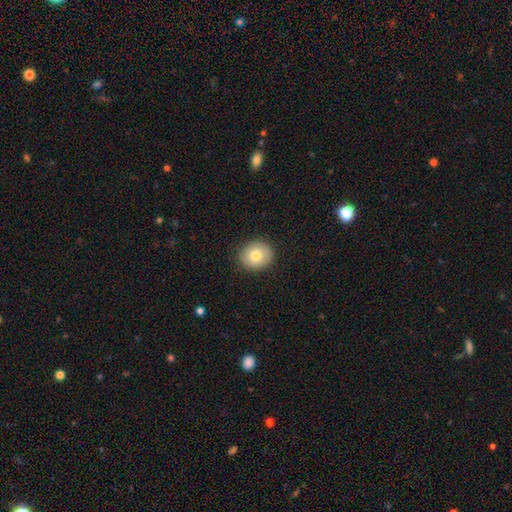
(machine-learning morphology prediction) Smooth or featured?
  - smooth: 75% *
  - featured or disk: 16%
  - star or artifact: 9%
How rounded?
  - round: 77% *
  - in between: 23%
  - cigar-shaped: 1%
Merging?
  - none: 88% *
  - minor disturbance: 9%
  - major disturbance: 2%
  - merger: 1%